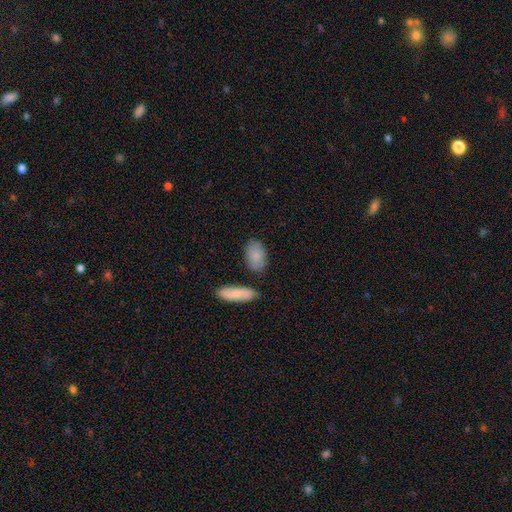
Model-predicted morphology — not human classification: smooth-or-featured: smooth: 85% | featured or disk: 9% | star or artifact: 6%
  how-rounded: in between: 92% | round: 5% | cigar-shaped: 3%
  merging: none: 75% | minor disturbance: 14% | merger: 8% | major disturbance: 4%